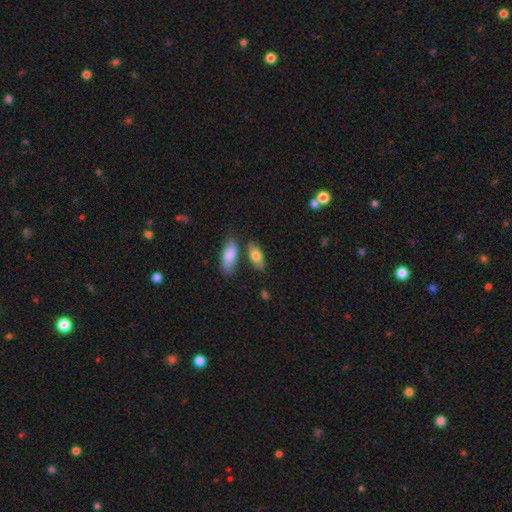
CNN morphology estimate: smooth 76%, featured or disk 17%, star or artifact 7%. Down the decision tree: how rounded — in between (83%); merging — none (66%).